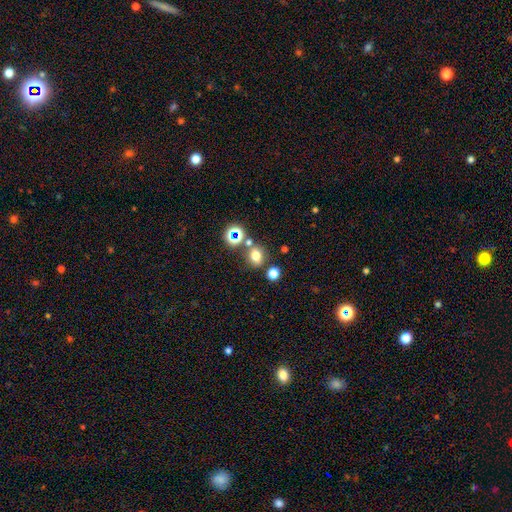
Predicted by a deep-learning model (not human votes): smooth-or-featured: smooth: 67% | star or artifact: 22% | featured or disk: 10%
  how-rounded: round: 58% | in between: 41% | cigar-shaped: 1%
  merging: none: 70% | merger: 15% | minor disturbance: 11% | major disturbance: 4%